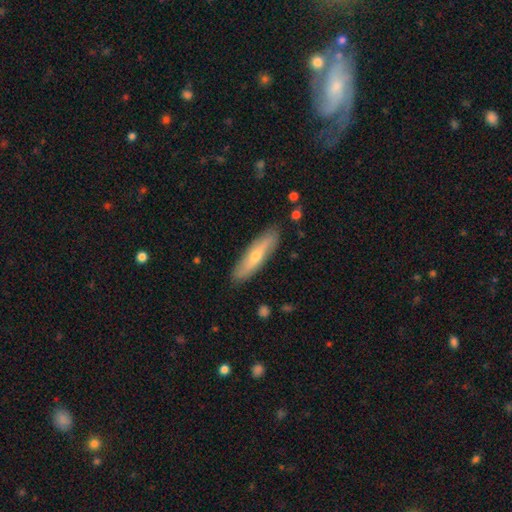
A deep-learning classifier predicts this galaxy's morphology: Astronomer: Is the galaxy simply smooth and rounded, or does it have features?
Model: smooth — 49% (runner-up: featured or disk, 45%).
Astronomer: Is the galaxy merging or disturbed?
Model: none — 87%.